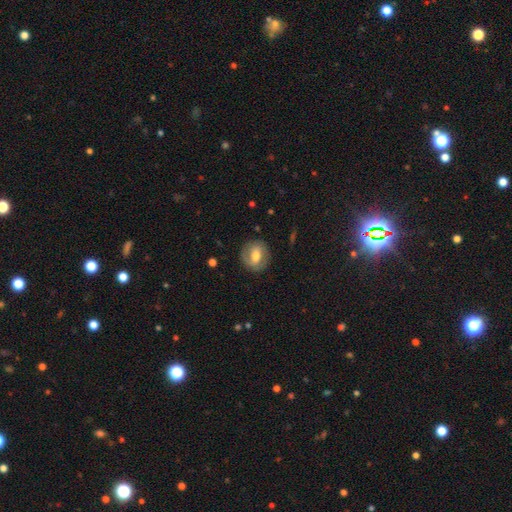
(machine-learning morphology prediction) Overall: featured or disk (49%; smooth 44%). Merging: none (82%).